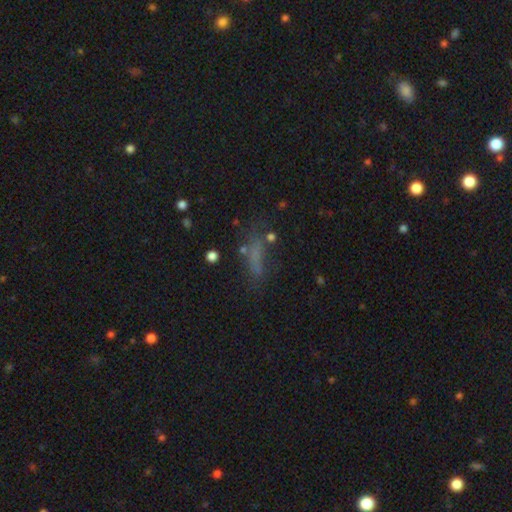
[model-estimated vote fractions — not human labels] smooth 54%, star or artifact 24%, featured or disk 23%. Down the decision tree: how rounded — cigar-shaped (57%); merging — none (49%).